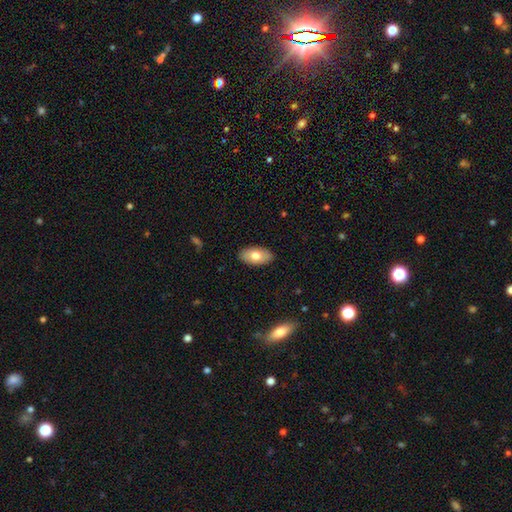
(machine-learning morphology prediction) Smooth or featured? Predicted: smooth (p=0.74). How rounded? Predicted: in between (p=0.94). Merging? Predicted: none (p=0.89).